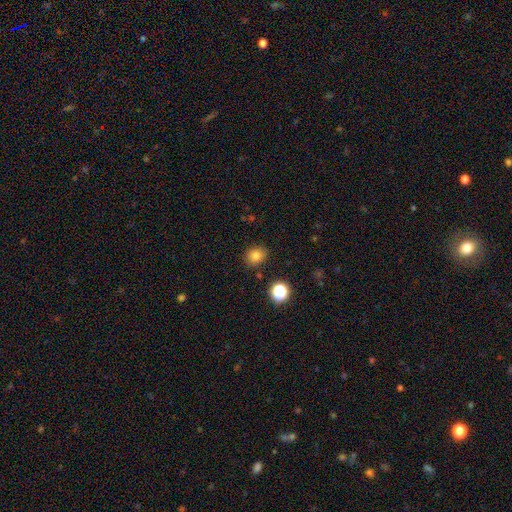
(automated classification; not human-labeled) Smooth or featured? smooth (79%)
How rounded? round (66%)
Merging? none (86%)